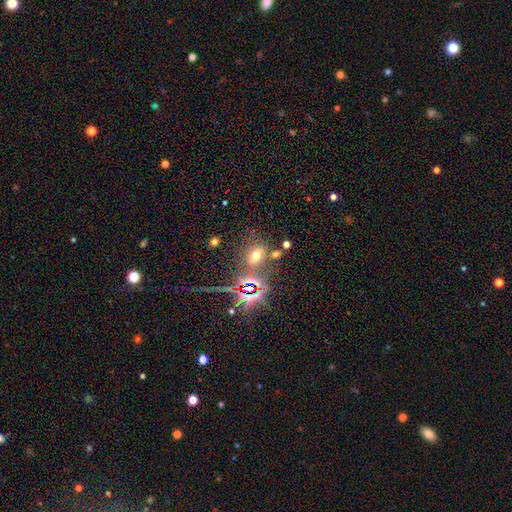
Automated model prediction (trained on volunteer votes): Morphology: type=smooth (50%); merging=none (67%).